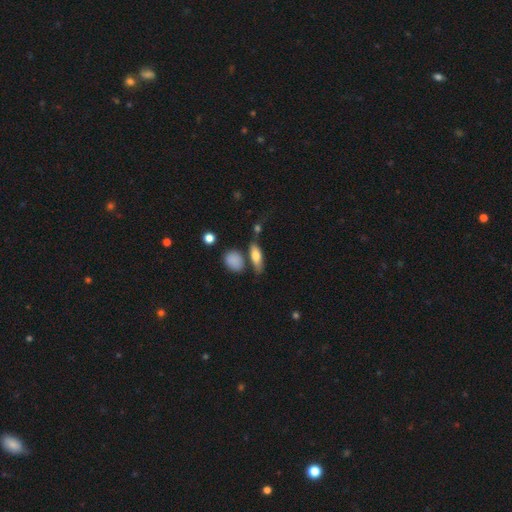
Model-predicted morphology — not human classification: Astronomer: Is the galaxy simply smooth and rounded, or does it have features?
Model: smooth — 66%.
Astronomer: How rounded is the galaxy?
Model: in between — 56% (runner-up: cigar-shaped, 38%).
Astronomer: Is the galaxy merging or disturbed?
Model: none — 67%.